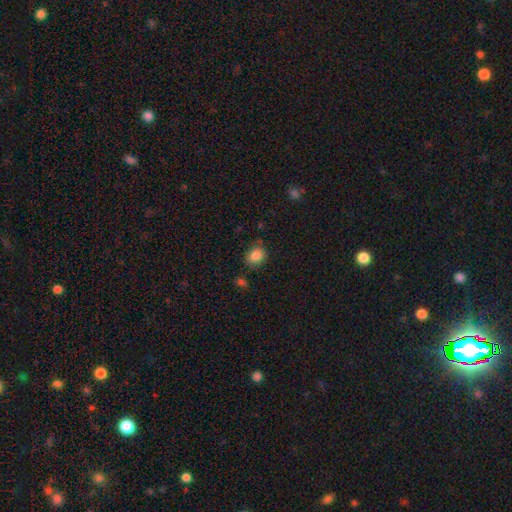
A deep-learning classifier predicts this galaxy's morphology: A smooth galaxy with no disk features (85%) that is round (62%).

Vote fractions:
- Smooth or featured? smooth: 85% / star or artifact: 10% / featured or disk: 6%
- How rounded? round: 62% / in between: 37% / cigar-shaped: 1%
- Merging? none: 81% / minor disturbance: 12% / merger: 3% / major disturbance: 3%